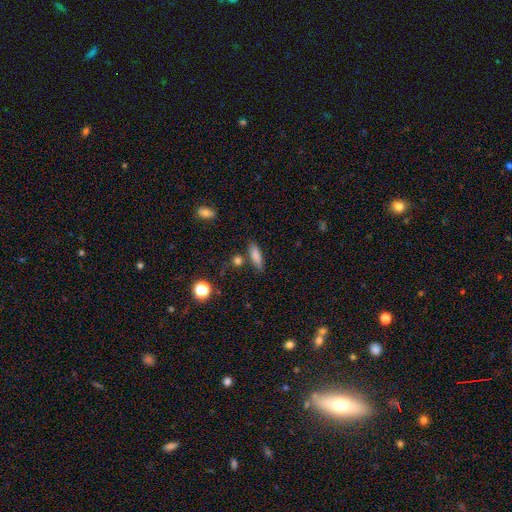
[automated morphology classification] Smooth or featured? smooth (81%)
How rounded? cigar-shaped (50%)
Merging? none (72%)